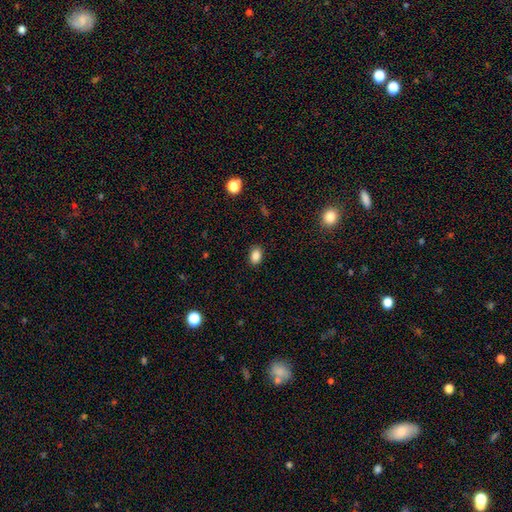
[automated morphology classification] Q: Smooth or featured?
A: smooth (86%); runner-up: star or artifact (10%)
Q: How rounded?
A: in between (78%); runner-up: round (21%)
Q: Merging?
A: none (88%); runner-up: minor disturbance (9%)